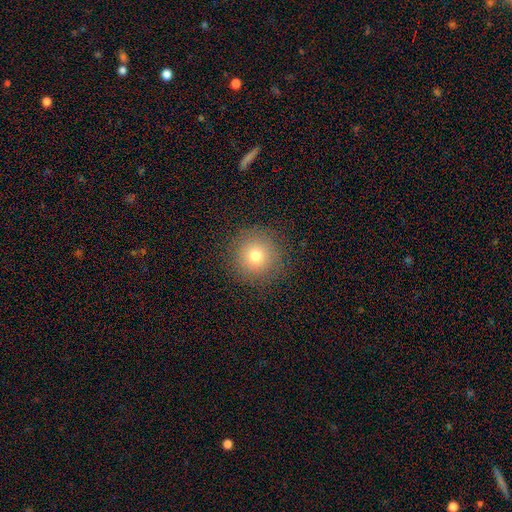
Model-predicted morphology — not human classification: Smooth or featured: smooth — 76% (star or artifact — 14%)
How rounded: round — 95% (in between — 4%)
Merging: none — 90% (minor disturbance — 6%)